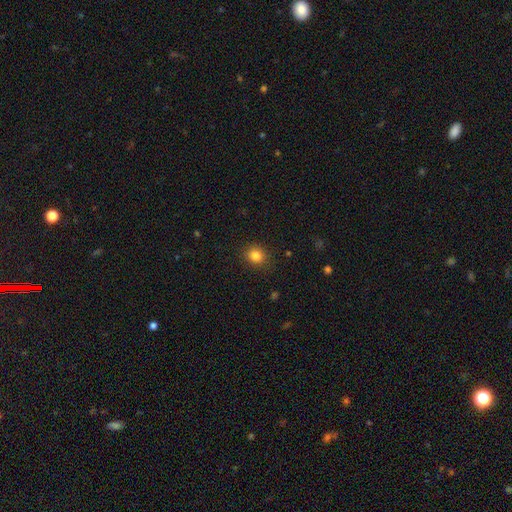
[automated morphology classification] Smooth or featured?
  - smooth: 83% *
  - star or artifact: 12%
  - featured or disk: 5%
How rounded?
  - round: 78% *
  - in between: 21%
  - cigar-shaped: 1%
Merging?
  - none: 88% *
  - minor disturbance: 8%
  - major disturbance: 2%
  - merger: 1%